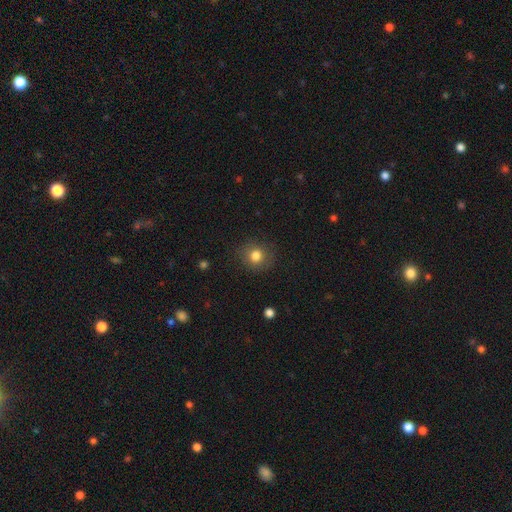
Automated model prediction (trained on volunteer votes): Smooth or featured: smooth — 80% (star or artifact — 12%)
How rounded: round — 84% (in between — 15%)
Merging: none — 86% (minor disturbance — 10%)